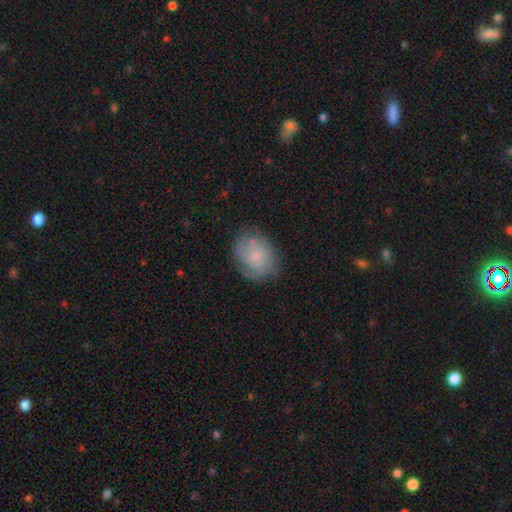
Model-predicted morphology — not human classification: Smooth or featured?
  - smooth: 48% *
  - featured or disk: 43%
  - star or artifact: 9%
Merging?
  - none: 66% *
  - minor disturbance: 23%
  - major disturbance: 9%
  - merger: 2%